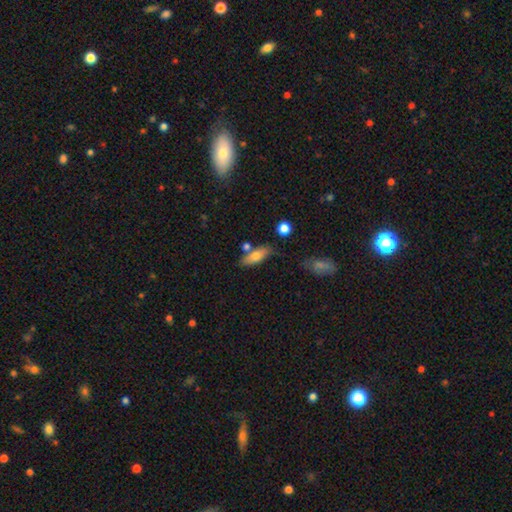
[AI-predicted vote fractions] smooth_or_featured: smooth (p=0.71) [alt: featured or disk p=0.22]
how_rounded: in between (p=0.67) [alt: cigar-shaped p=0.29]
merging: none (p=0.65) [alt: minor disturbance p=0.17]